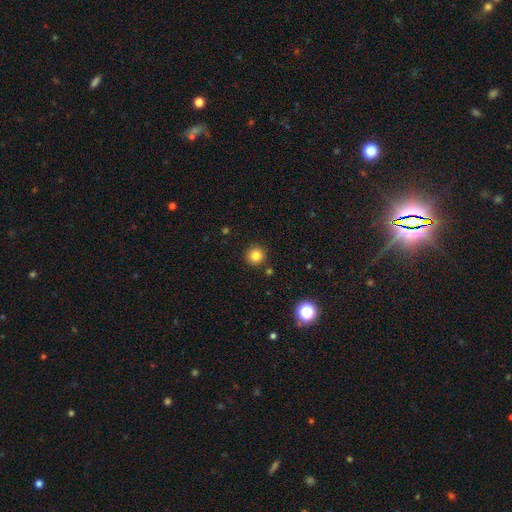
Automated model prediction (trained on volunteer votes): Overall: smooth (83%). How rounded: round (95%). Merging: none (90%).